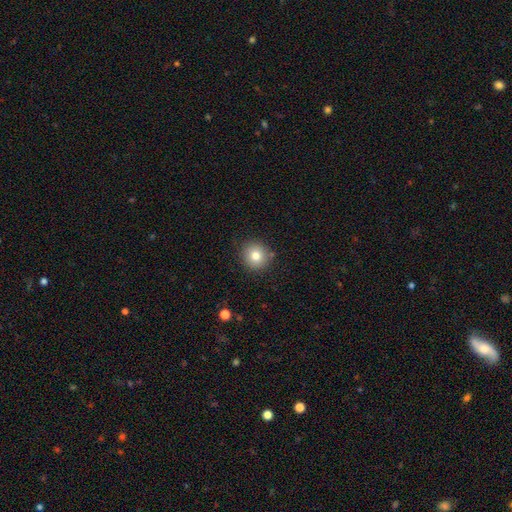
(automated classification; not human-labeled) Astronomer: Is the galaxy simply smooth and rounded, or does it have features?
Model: smooth — 79%.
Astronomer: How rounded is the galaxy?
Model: round — 91%.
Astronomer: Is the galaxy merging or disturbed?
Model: none — 87%.